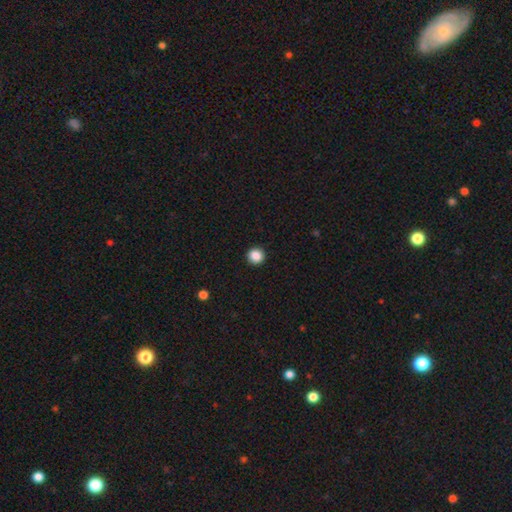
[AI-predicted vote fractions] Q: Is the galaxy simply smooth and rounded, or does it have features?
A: smooth — 87%.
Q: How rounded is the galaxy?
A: round — 93%.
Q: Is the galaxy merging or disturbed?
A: none — 93%.